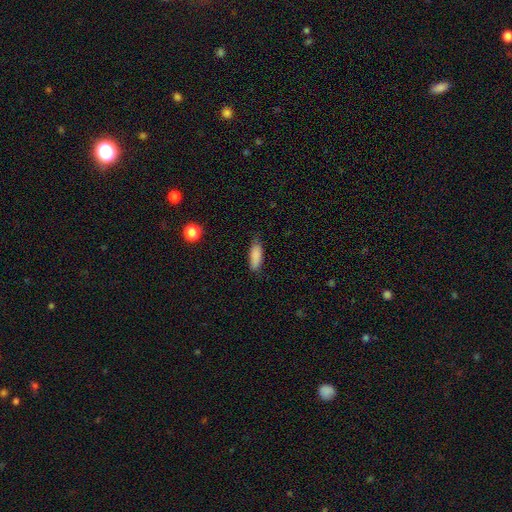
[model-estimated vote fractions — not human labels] The model was most divided on "how rounded": in between: 63%, cigar-shaped: 35%, round: 2%. More confident: smooth or featured — smooth (87%); merging — none (76%).